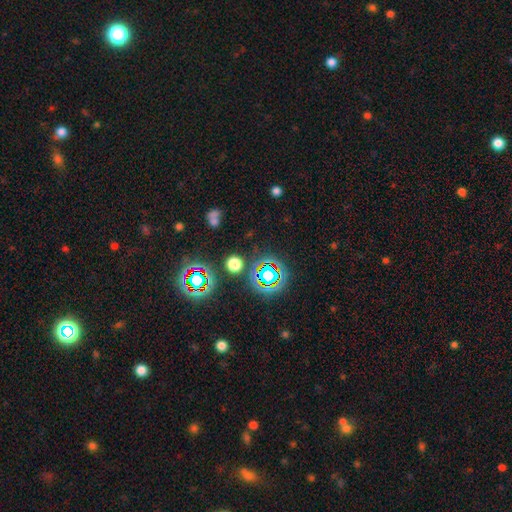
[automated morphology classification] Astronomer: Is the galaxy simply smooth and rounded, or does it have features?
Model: star or artifact — 62%.